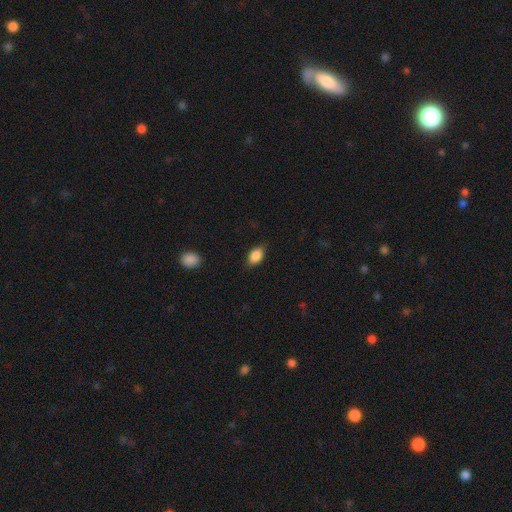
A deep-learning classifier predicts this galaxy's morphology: This is clearly a smooth galaxy (86%). How rounded: clearly in between (87%). Merging: likely none (79%).